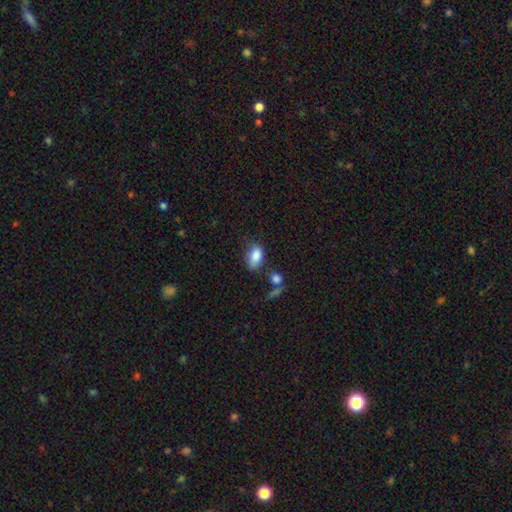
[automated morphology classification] Overall: smooth (85%). How rounded: in between (89%). Merging: none (59%; minor disturbance 25%).